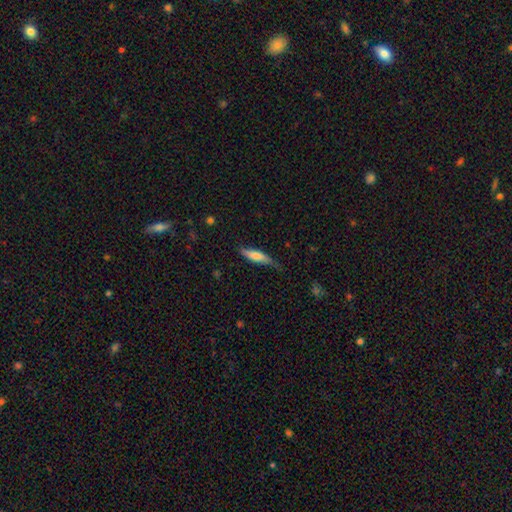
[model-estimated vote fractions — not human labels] This is likely a smooth galaxy (66%). How rounded: likely cigar-shaped (71%). Merging: likely none (61%).